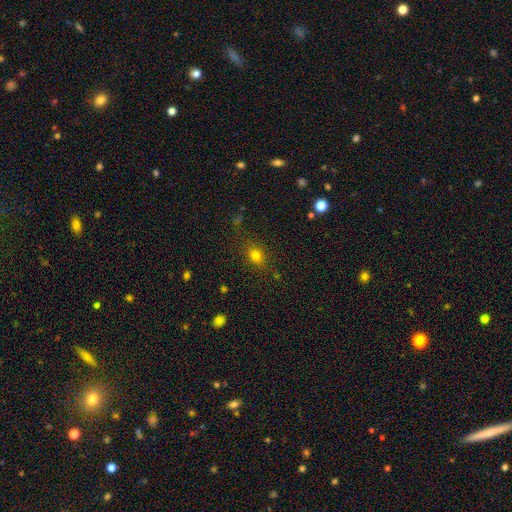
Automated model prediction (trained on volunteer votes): Overall: smooth (76%). How rounded: in between (55%; round 42%). Merging: none (81%).